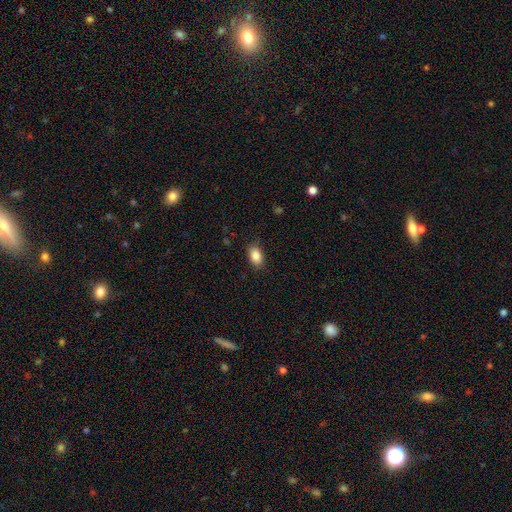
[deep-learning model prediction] Q: Smooth or featured?
A: smooth (87%); runner-up: star or artifact (8%)
Q: How rounded?
A: in between (87%); runner-up: round (11%)
Q: Merging?
A: none (85%); runner-up: minor disturbance (11%)